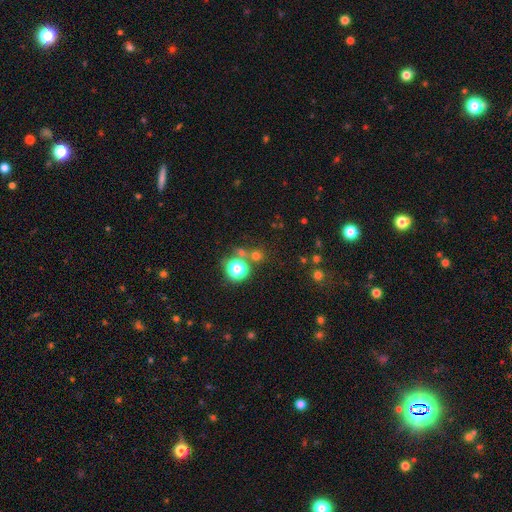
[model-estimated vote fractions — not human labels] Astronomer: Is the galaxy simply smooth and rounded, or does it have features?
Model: smooth — 62%.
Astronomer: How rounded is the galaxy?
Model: round — 90%.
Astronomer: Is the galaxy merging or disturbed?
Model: none — 72%.